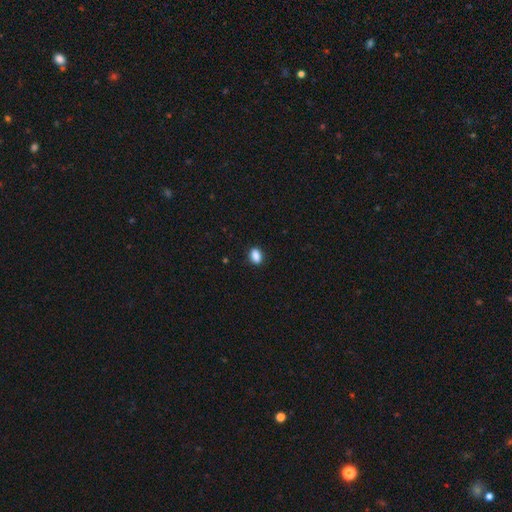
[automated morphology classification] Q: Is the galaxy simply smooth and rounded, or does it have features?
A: smooth — 88%.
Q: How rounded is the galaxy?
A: in between — 80%.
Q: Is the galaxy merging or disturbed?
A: none — 87%.